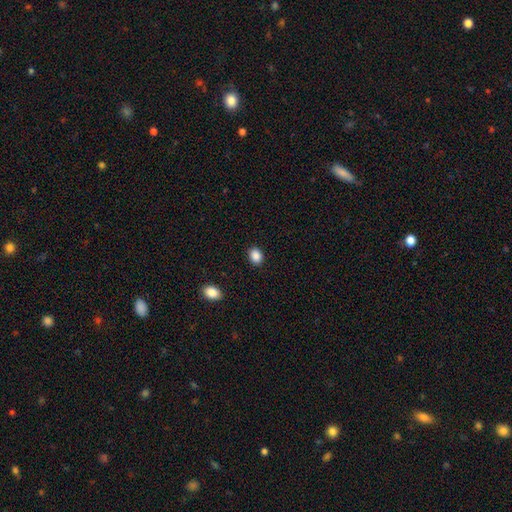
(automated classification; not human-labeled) A smooth galaxy with no disk features (88%) that is in between round and cigar-shaped (54%).

Vote fractions:
- Smooth or featured? smooth: 88% / star or artifact: 9% / featured or disk: 3%
- How rounded? in between: 54% / round: 45% / cigar-shaped: 1%
- Merging? none: 90% / minor disturbance: 7% / major disturbance: 2% / merger: 1%